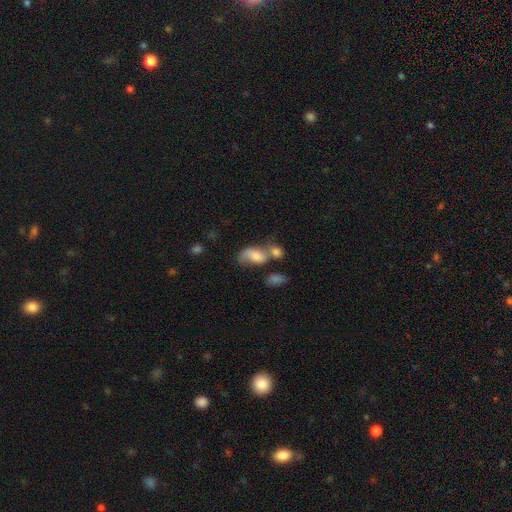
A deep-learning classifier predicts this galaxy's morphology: Overall: smooth (58%; featured or disk 32%). How rounded: in between (86%). Merging: merger (43%; none 27%).